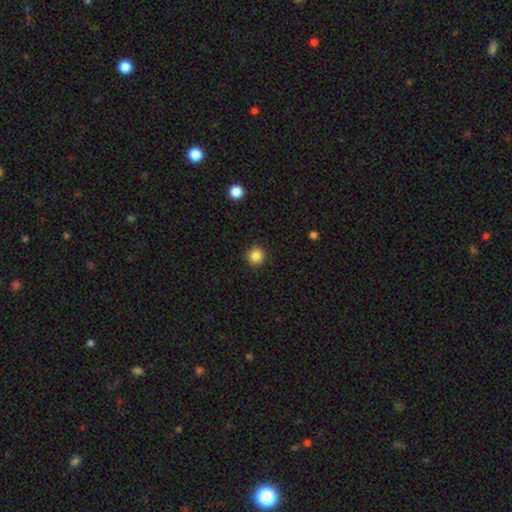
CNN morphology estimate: A smooth galaxy with no disk features (86%) that is round (95%). Merging: none (92%).